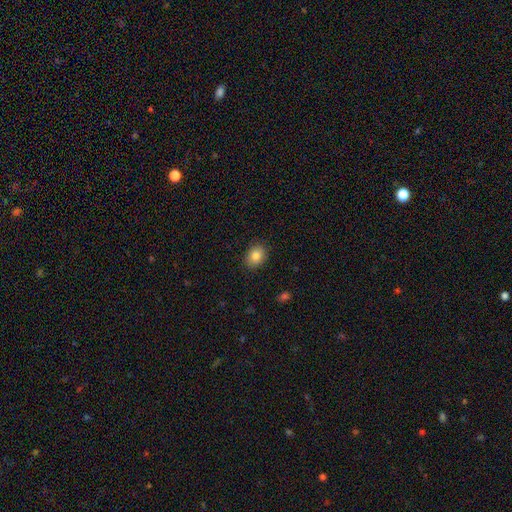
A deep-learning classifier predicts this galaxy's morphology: The model was most divided on "how rounded": in between: 63%, round: 36%, cigar-shaped: 1%. More confident: merging — none (88%); smooth or featured — smooth (84%).